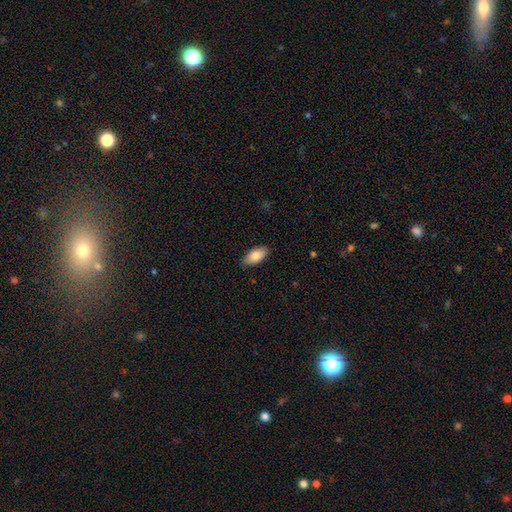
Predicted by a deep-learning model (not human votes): Smooth or featured: smooth — 85% (featured or disk — 9%)
How rounded: in between — 92% (cigar-shaped — 6%)
Merging: none — 84% (minor disturbance — 13%)